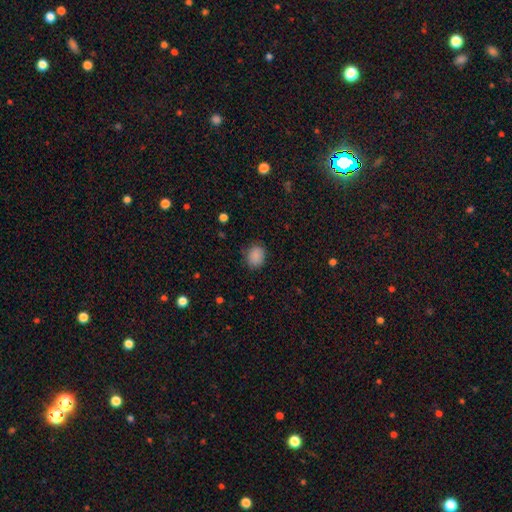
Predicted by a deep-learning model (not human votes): This is clearly a smooth galaxy (87%). How rounded: possibly round (55%). Merging: clearly none (81%).